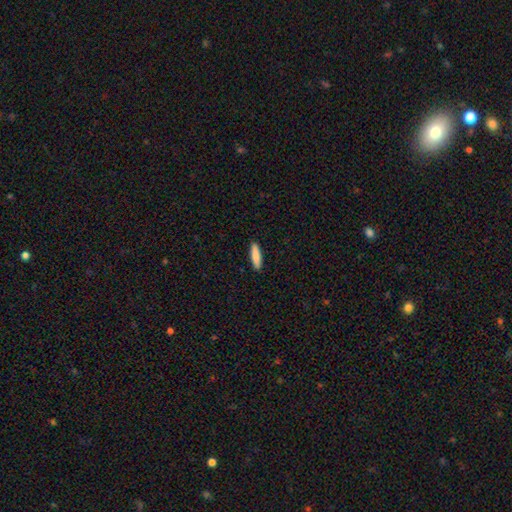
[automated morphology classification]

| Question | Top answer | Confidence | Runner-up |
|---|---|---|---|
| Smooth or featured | smooth | 86% | featured or disk (9%) |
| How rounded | cigar-shaped | 73% | in between (26%) |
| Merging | none | 92% | minor disturbance (6%) |